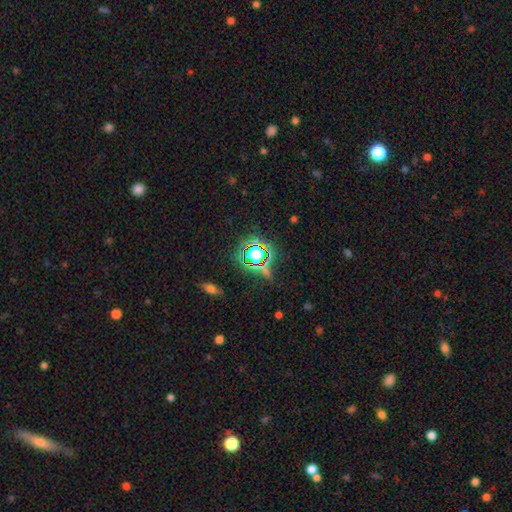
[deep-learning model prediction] A star or artifact, not a galaxy (67%).